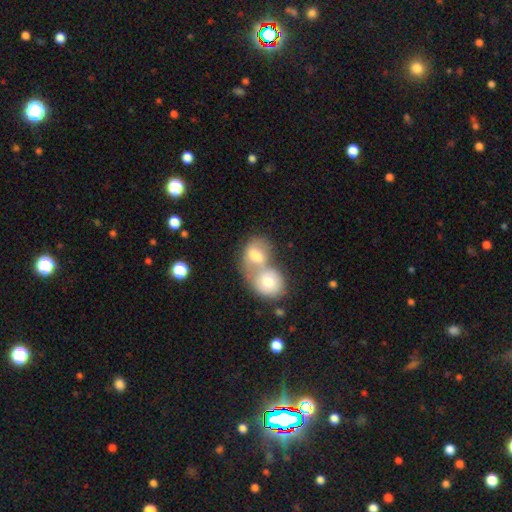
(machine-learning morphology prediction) A smooth galaxy with no disk features (63%) that is in between round and cigar-shaped (54%).

Vote fractions:
- Smooth or featured? smooth: 63% / featured or disk: 29% / star or artifact: 7%
- How rounded? in between: 54% / round: 44% / cigar-shaped: 1%
- Merging? merger: 77% / none: 13% / minor disturbance: 6% / major disturbance: 4%